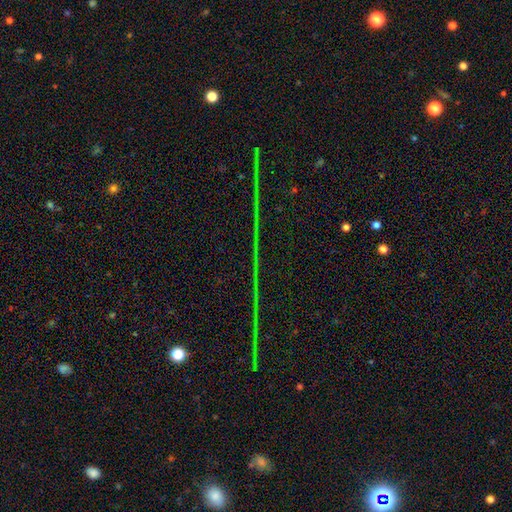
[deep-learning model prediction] The model was most divided on "smooth or featured": star or artifact: 82%, featured or disk: 11%, smooth: 7%.